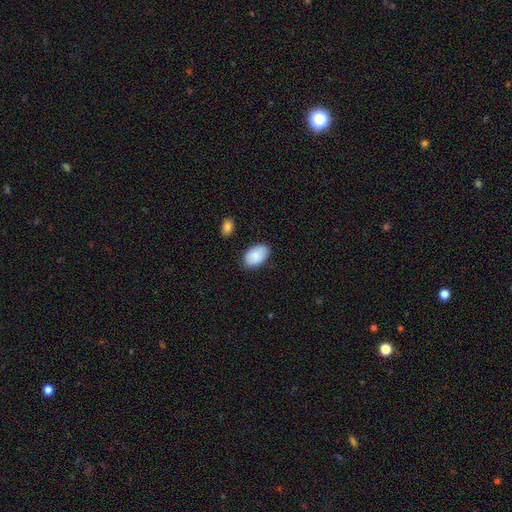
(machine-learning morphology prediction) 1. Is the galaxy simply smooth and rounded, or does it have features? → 86% smooth, 8% featured or disk, 6% star or artifact.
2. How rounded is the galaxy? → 93% in between, 6% round, 1% cigar-shaped.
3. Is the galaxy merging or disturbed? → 81% none, 14% minor disturbance, 3% major disturbance, 2% merger.